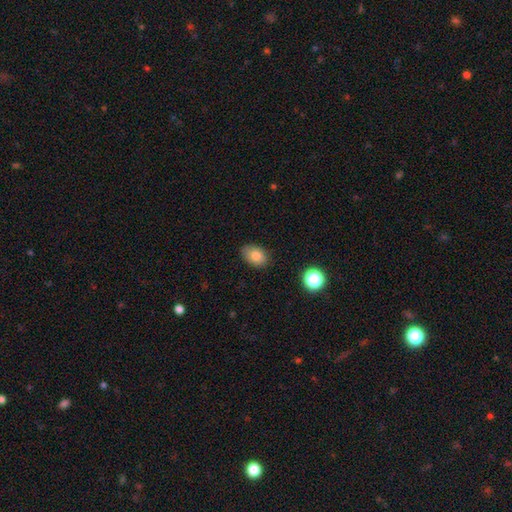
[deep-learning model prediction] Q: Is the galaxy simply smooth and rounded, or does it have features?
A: smooth — 82%.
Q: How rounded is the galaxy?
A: in between — 82%.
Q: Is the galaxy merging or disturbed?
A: none — 83%.